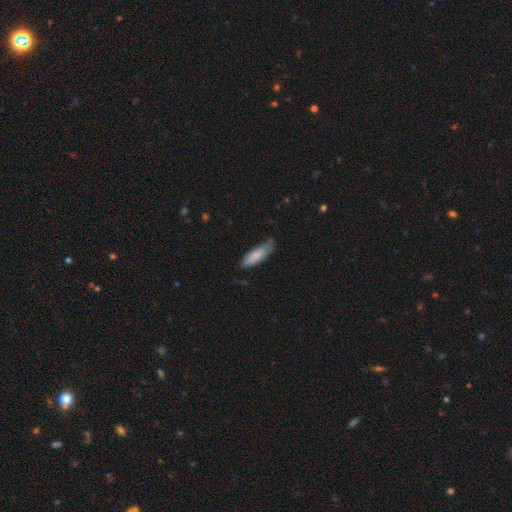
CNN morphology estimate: smooth_or_featured: smooth (p=0.79) [alt: featured or disk p=0.16]
how_rounded: in between (p=0.50) [alt: cigar-shaped p=0.49]
merging: none (p=0.66) [alt: minor disturbance p=0.27]